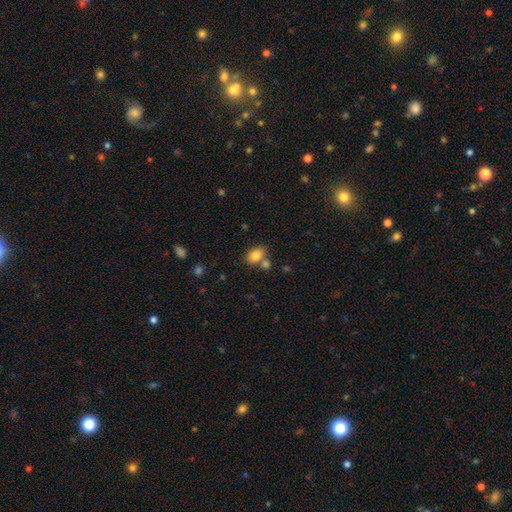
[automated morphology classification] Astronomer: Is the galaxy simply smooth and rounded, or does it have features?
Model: smooth — 82%.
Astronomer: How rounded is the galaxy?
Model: in between — 79%.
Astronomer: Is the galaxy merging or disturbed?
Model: none — 61%.